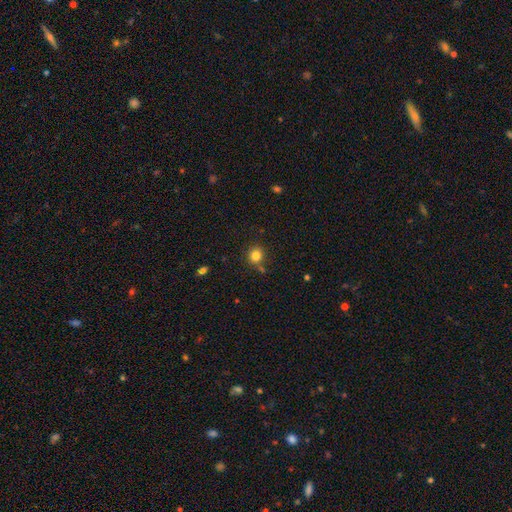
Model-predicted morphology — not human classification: smooth 82%, star or artifact 12%, featured or disk 6%. Down the decision tree: how rounded — round (85%); merging — none (76%).